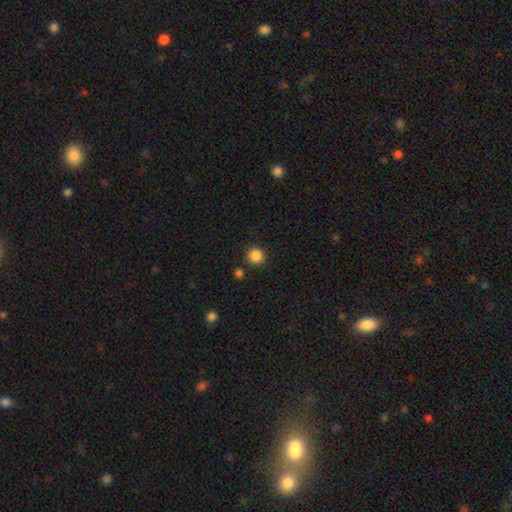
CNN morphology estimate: smooth_or_featured: smooth (p=0.86) [alt: star or artifact p=0.11]
how_rounded: round (p=0.94) [alt: in between p=0.05]
merging: none (p=0.89) [alt: minor disturbance p=0.06]